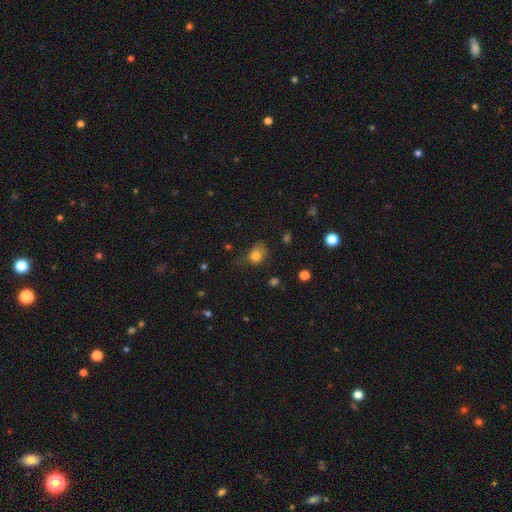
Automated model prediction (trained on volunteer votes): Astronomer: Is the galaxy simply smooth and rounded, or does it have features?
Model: smooth — 79%.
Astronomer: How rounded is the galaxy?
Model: round — 49%, tied with in between at 49%.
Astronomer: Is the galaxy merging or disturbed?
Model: none — 46% (runner-up: minor disturbance, 34%).